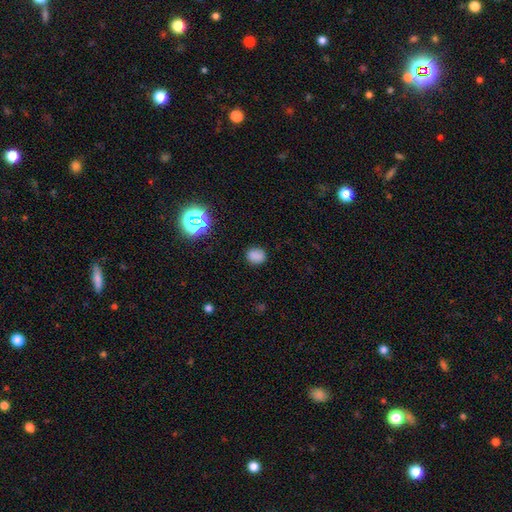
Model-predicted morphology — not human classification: This is likely a smooth galaxy (80%). How rounded: likely round (62%). Merging: clearly none (84%).